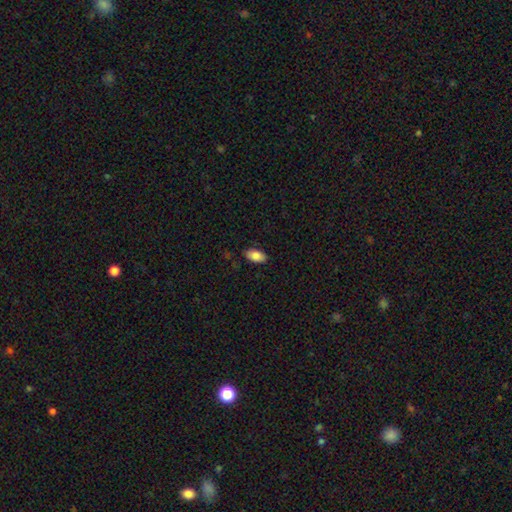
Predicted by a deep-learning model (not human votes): smooth-or-featured: smooth: 84% | featured or disk: 9% | star or artifact: 7%
  how-rounded: in between: 93% | cigar-shaped: 4% | round: 3%
  merging: none: 85% | minor disturbance: 11% | major disturbance: 2% | merger: 1%